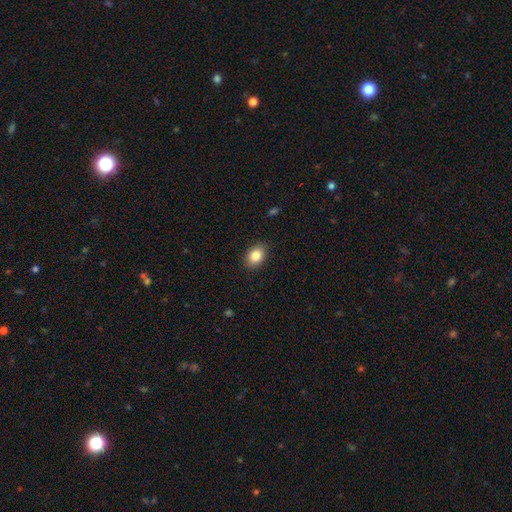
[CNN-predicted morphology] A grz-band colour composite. It shows a smooth galaxy with no disk features (86%) that is in between round and cigar-shaped (72%). Merging: none (88%).